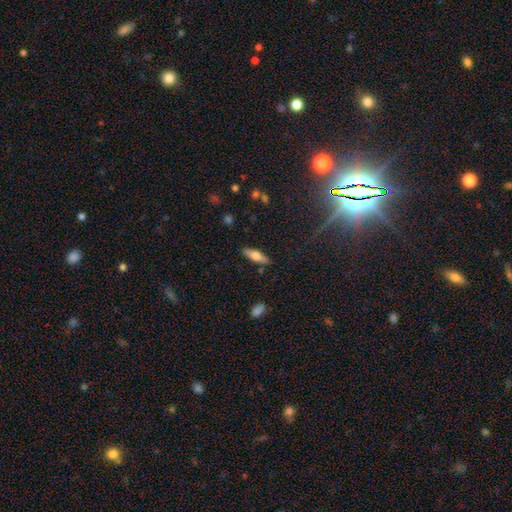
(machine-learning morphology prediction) Q: Smooth or featured?
A: smooth (55%); runner-up: featured or disk (39%)
Q: How rounded?
A: cigar-shaped (58%); runner-up: in between (40%)
Q: Merging?
A: none (87%); runner-up: minor disturbance (9%)